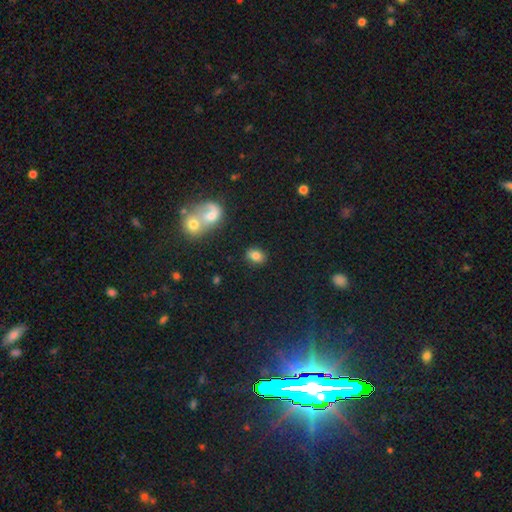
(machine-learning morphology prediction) A smooth galaxy with no disk features (80%) that is in between round and cigar-shaped (67%). Merging: none (83%).